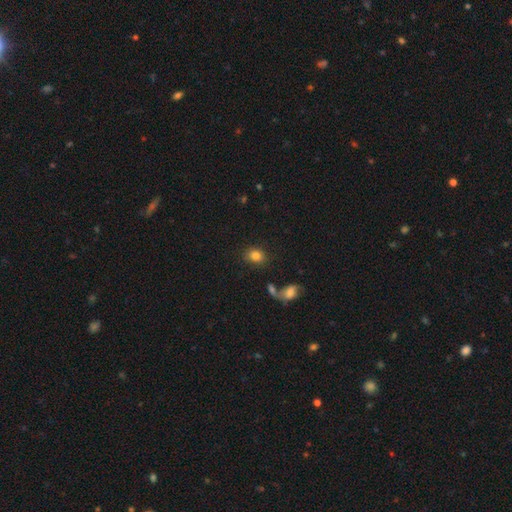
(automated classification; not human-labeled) This is clearly a smooth galaxy (83%). How rounded: possibly round (51%). Merging: likely none (77%).